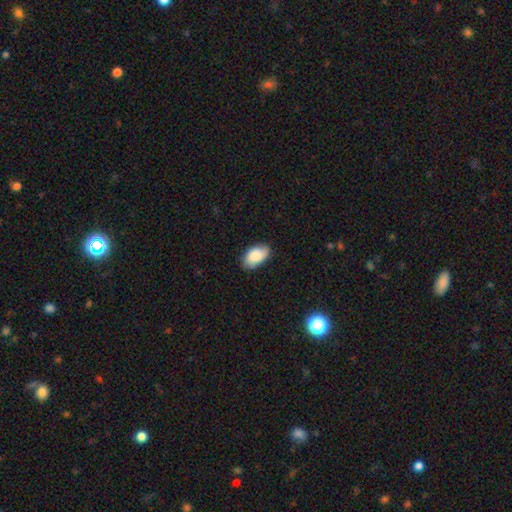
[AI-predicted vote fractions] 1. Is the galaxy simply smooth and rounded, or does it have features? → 85% smooth, 8% featured or disk, 6% star or artifact.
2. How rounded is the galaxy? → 94% in between, 4% round, 2% cigar-shaped.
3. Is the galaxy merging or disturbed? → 79% none, 17% minor disturbance, 3% major disturbance, 1% merger.